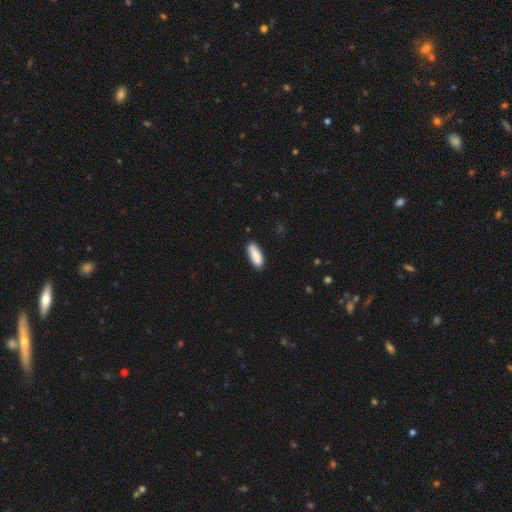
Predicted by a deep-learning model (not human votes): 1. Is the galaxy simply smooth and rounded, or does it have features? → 89% smooth, 6% star or artifact, 5% featured or disk.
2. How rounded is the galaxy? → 65% in between, 34% cigar-shaped, 2% round.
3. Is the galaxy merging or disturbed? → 85% none, 12% minor disturbance, 2% major disturbance, 1% merger.